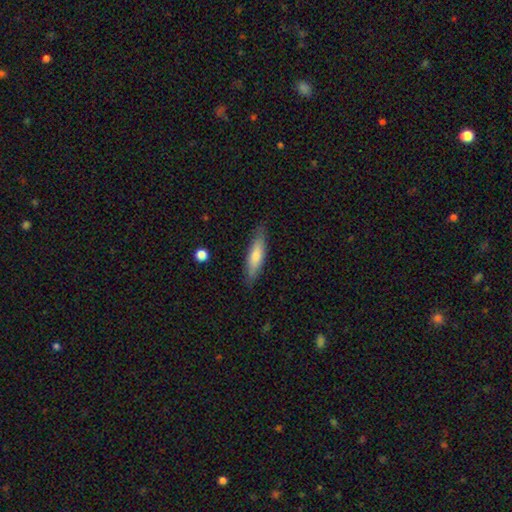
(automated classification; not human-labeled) Smooth or featured? smooth (58%)
How rounded? cigar-shaped (81%)
Merging? none (87%)